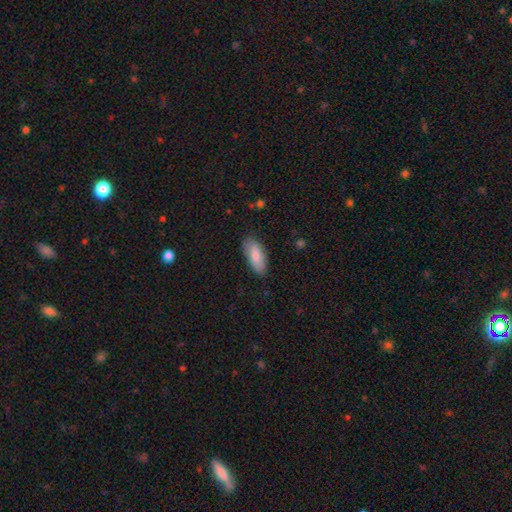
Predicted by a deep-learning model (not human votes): smooth 84%, featured or disk 11%, star or artifact 6%. Down the decision tree: how rounded — in between (85%); merging — none (82%).